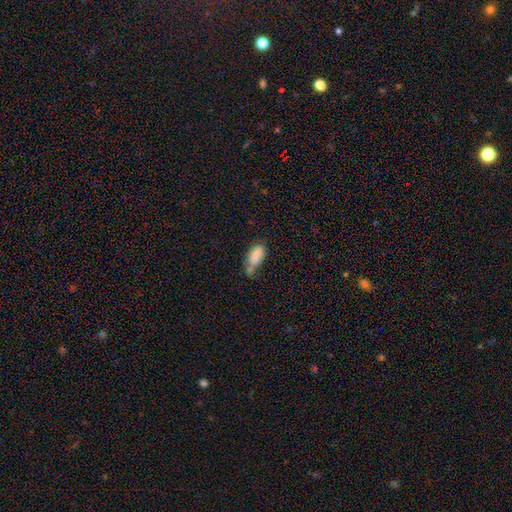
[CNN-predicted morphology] Q: Smooth or featured?
A: smooth (83%); runner-up: featured or disk (9%)
Q: How rounded?
A: in between (88%); runner-up: cigar-shaped (9%)
Q: Merging?
A: none (37%); runner-up: merger (33%)